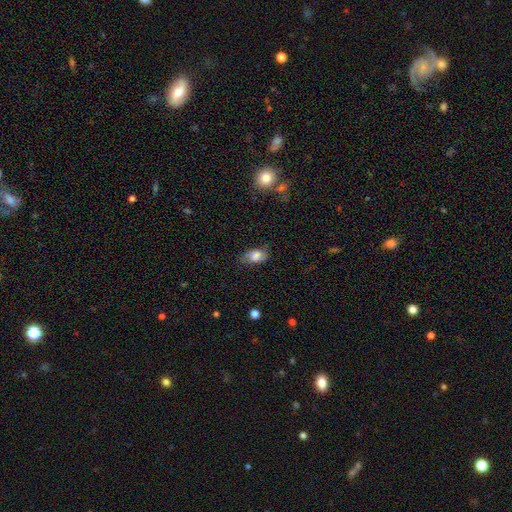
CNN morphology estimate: A smooth galaxy with no disk features (78%) that is in between round and cigar-shaped (90%). Merging: none (67%).